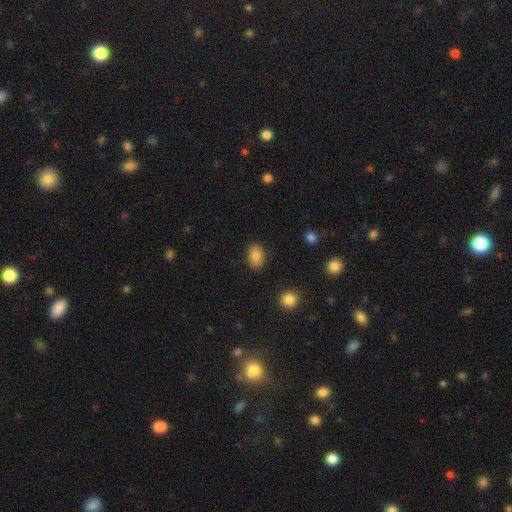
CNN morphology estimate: This is clearly a smooth galaxy (85%). How rounded: likely in between (79%). Merging: clearly none (87%).